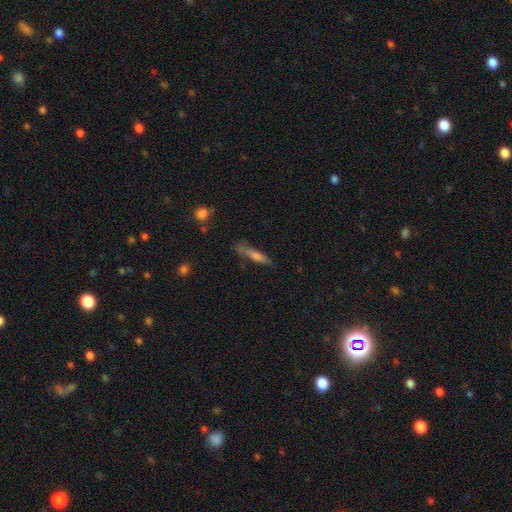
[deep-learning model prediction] smooth 59%, featured or disk 31%, star or artifact 10%. Down the decision tree: how rounded — cigar-shaped (87%); merging — none (65%).